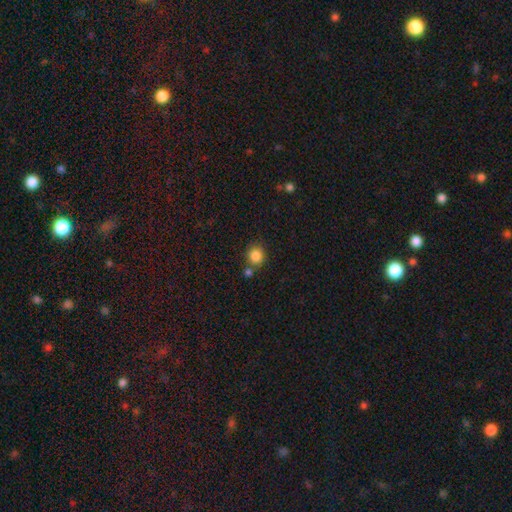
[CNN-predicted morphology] This appears to be a smooth galaxy with no disk features (86%) that is round (86%). Merging: none (72%).